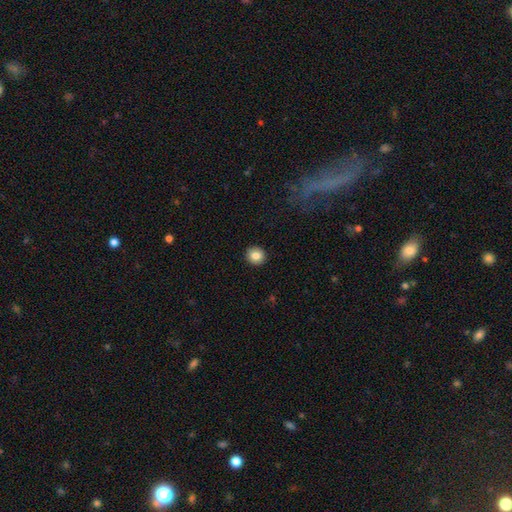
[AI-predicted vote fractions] Smooth or featured?
  - smooth: 84% *
  - star or artifact: 9%
  - featured or disk: 7%
How rounded?
  - round: 92% *
  - in between: 7%
  - cigar-shaped: 1%
Merging?
  - none: 93% *
  - minor disturbance: 5%
  - major disturbance: 2%
  - merger: 1%